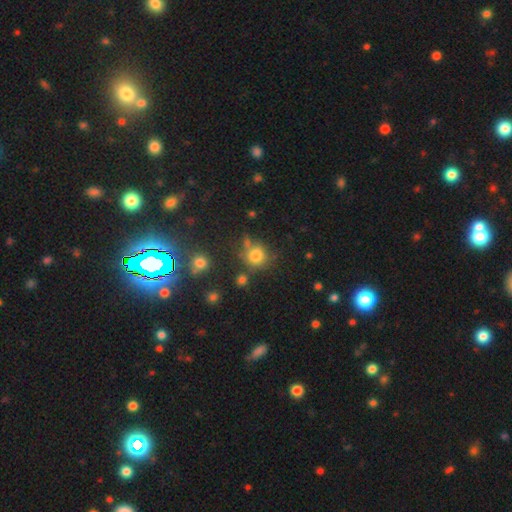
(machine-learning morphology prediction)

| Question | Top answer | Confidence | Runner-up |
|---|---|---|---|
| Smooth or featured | smooth | 78% | star or artifact (15%) |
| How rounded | round | 86% | in between (13%) |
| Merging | none | 66% | merger (14%) |